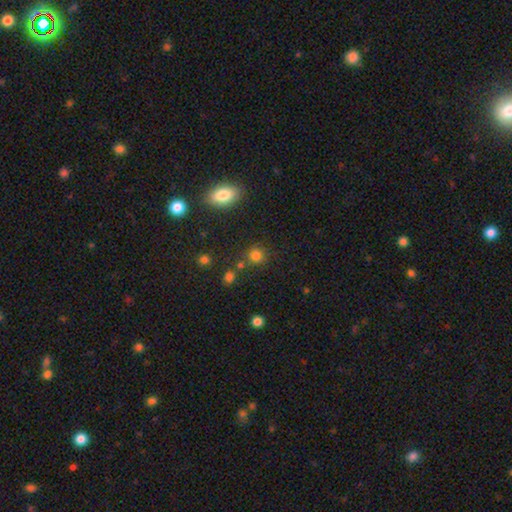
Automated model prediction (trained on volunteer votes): Smooth or featured: smooth — 76% (star or artifact — 17%)
How rounded: round — 86% (in between — 13%)
Merging: none — 74% (merger — 11%)